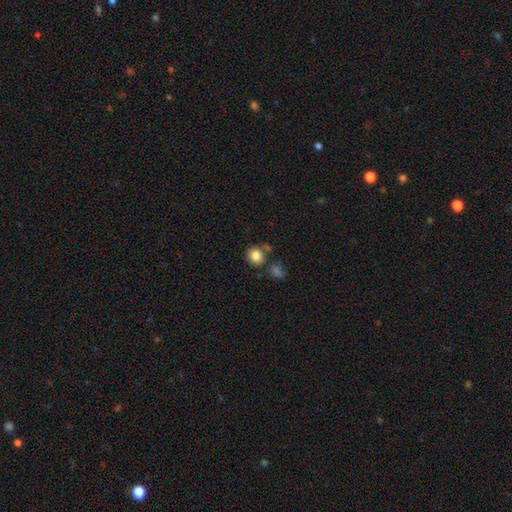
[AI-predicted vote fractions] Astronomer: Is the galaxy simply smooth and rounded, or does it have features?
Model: smooth — 83%.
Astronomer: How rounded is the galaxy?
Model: round — 77%.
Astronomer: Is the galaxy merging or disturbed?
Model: none — 70%.